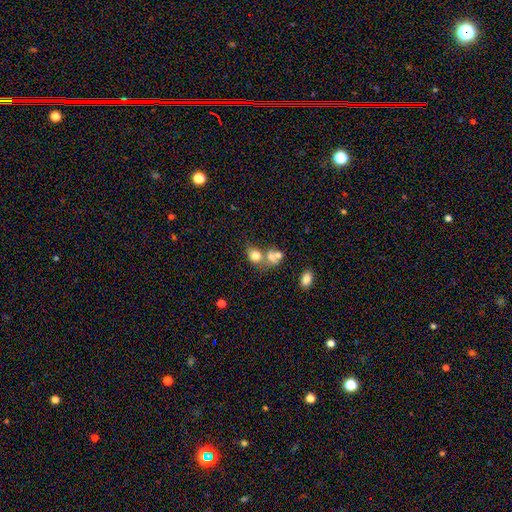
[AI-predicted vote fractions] Smooth or featured? smooth (74%)
How rounded? round (57%)
Merging? merger (49%)